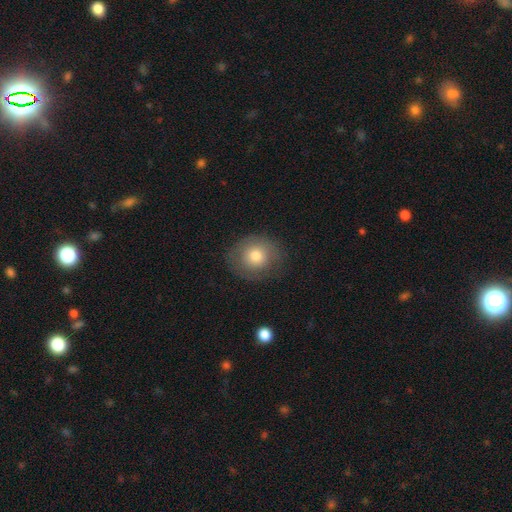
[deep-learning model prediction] smooth_or_featured: smooth (p=0.71) [alt: featured or disk p=0.21]
how_rounded: round (p=0.75) [alt: in between p=0.24]
merging: none (p=0.78) [alt: minor disturbance p=0.15]